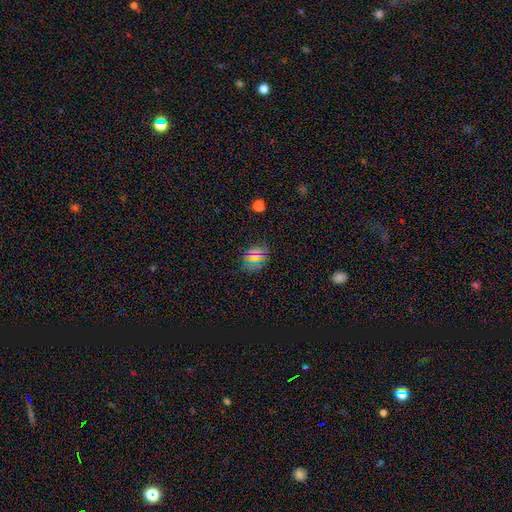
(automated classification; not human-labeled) Smooth or featured?
  - smooth: 61% *
  - star or artifact: 30%
  - featured or disk: 8%
How rounded?
  - round: 54% *
  - in between: 42%
  - cigar-shaped: 4%
Merging?
  - none: 83% *
  - minor disturbance: 11%
  - major disturbance: 4%
  - merger: 2%